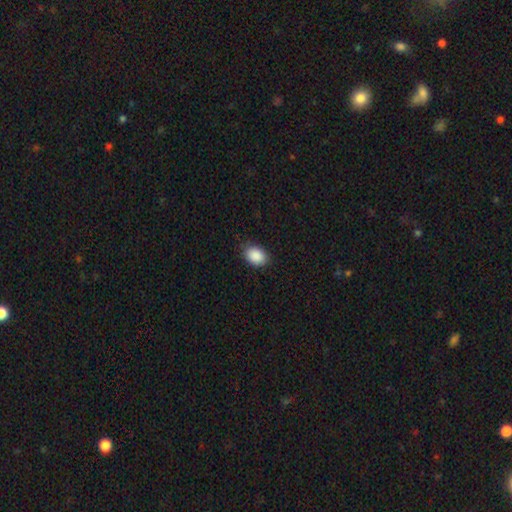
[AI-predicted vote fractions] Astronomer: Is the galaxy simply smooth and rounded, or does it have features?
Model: smooth — 90%.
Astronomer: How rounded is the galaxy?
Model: in between — 82%.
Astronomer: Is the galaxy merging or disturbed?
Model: none — 84%.